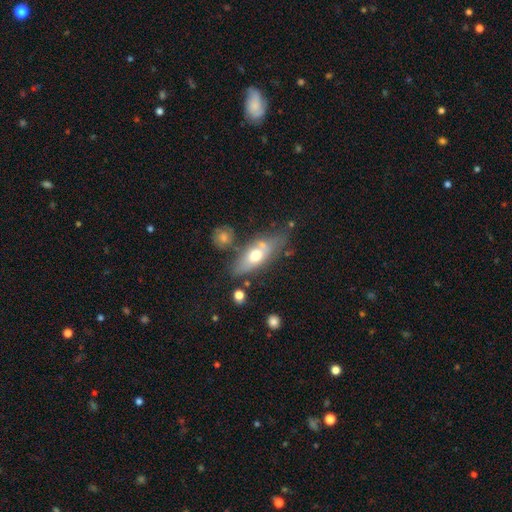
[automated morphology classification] The model was most divided on "smooth or featured": smooth: 54%, featured or disk: 40%, star or artifact: 7%. More confident: how rounded — in between (68%); merging — none (58%).